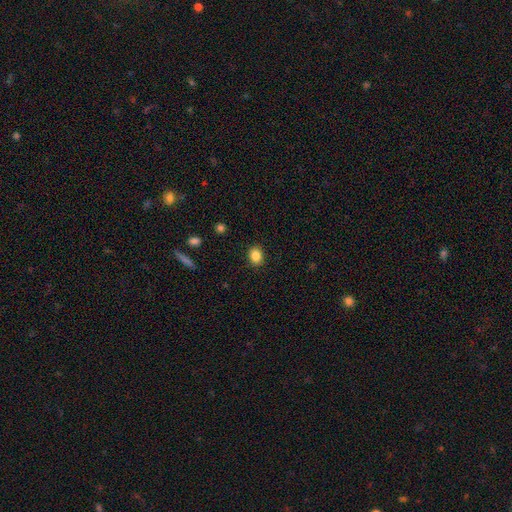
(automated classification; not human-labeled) This appears to be a smooth galaxy with no disk features (85%) that is in between round and cigar-shaped (53%). Merging: none (89%).